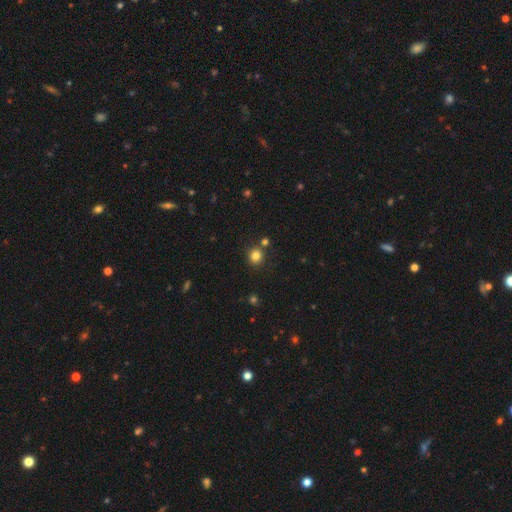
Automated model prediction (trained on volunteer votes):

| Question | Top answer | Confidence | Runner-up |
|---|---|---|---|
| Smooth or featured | smooth | 82% | star or artifact (13%) |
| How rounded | round | 88% | in between (11%) |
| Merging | none | 80% | merger (9%) |